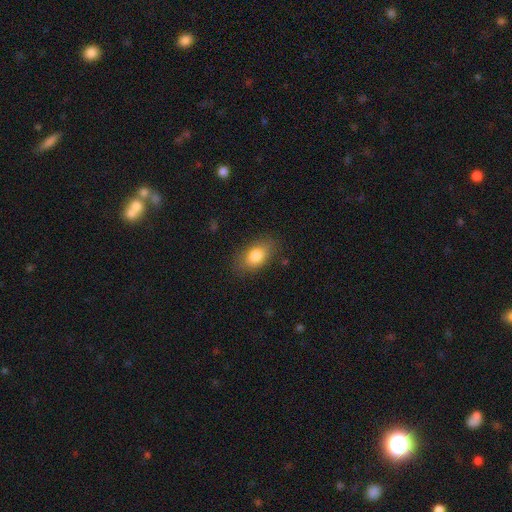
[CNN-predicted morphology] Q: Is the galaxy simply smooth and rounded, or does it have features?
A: smooth — 83%.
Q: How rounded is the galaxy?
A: in between — 88%.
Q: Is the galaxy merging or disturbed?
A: none — 80%.